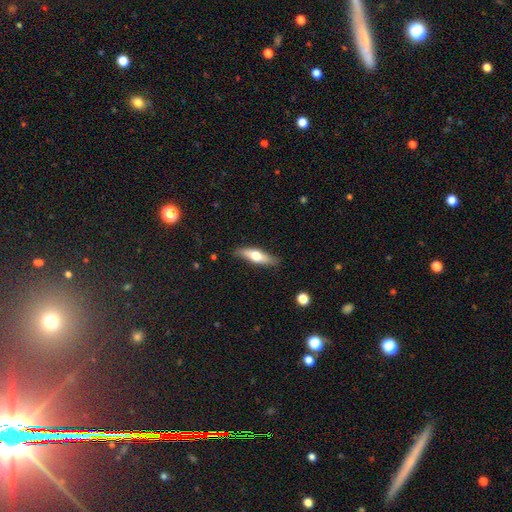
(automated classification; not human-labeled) smooth 56%, featured or disk 39%, star or artifact 6%. Down the decision tree: how rounded — cigar-shaped (57%); merging — none (84%).